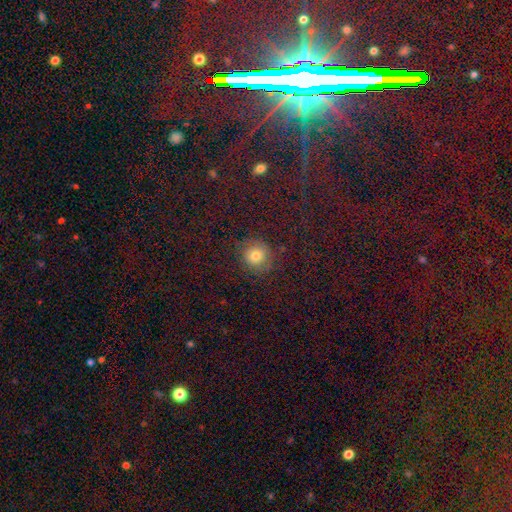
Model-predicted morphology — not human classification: type=smooth (61%); roundness=round (90%); merging=none (81%).